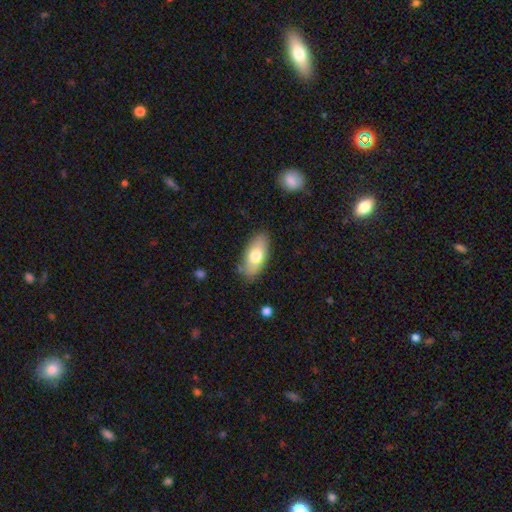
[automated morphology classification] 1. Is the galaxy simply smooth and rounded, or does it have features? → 71% smooth, 22% featured or disk, 6% star or artifact.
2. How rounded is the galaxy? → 87% in between, 9% cigar-shaped, 3% round.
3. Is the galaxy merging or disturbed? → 82% none, 14% minor disturbance, 3% major disturbance, 2% merger.